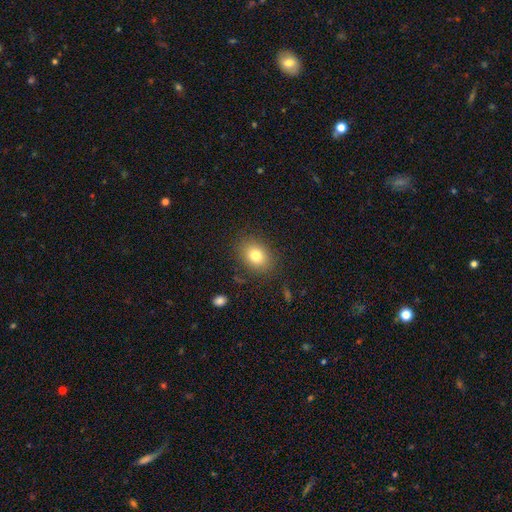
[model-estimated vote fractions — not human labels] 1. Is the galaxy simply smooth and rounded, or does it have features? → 80% smooth, 10% star or artifact, 10% featured or disk.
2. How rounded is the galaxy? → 59% in between, 40% round, 1% cigar-shaped.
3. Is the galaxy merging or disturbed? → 84% none, 11% minor disturbance, 4% major disturbance, 1% merger.